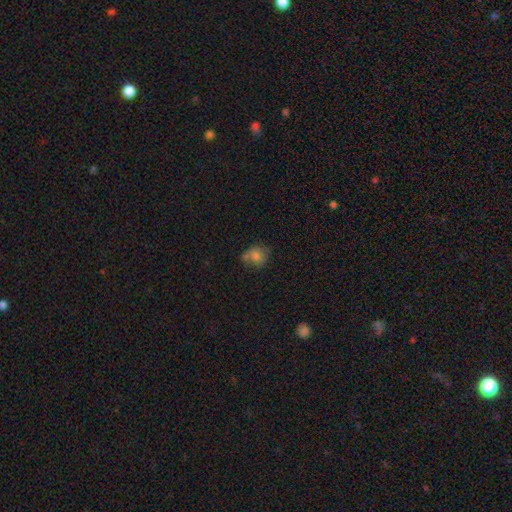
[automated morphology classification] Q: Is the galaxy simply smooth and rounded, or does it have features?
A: smooth — 72%.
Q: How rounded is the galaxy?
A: round — 66%.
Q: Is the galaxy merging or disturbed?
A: none — 53%.